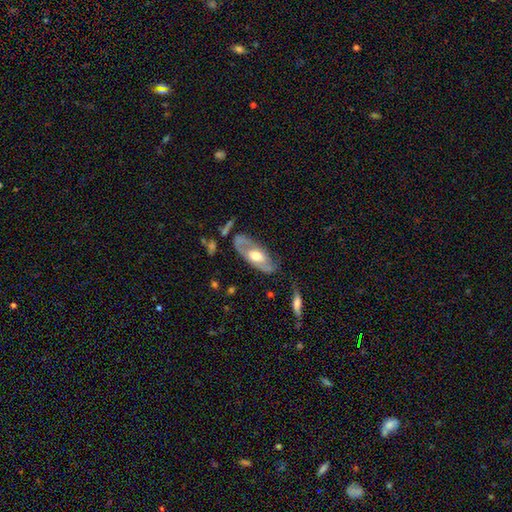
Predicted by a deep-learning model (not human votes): Smooth or featured: featured or disk — 61% (smooth — 33%)
Edge-on disk: no — 82% (yes — 18%)
Bar: no — 70% (weak — 23%)
Spiral arms: yes — 54% (no — 46%)
Bulge size: moderate — 65% (large — 24%)
Merging: none — 62% (minor disturbance — 23%)